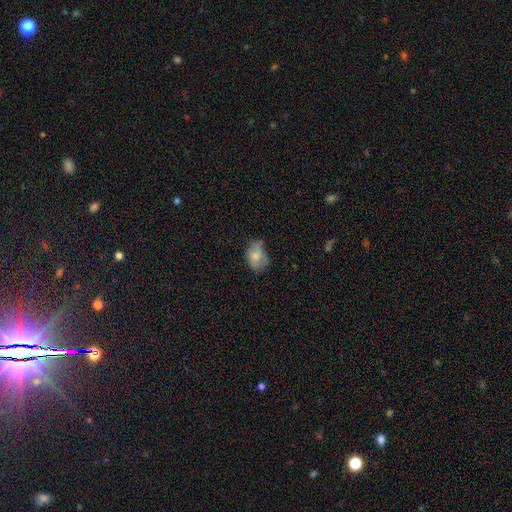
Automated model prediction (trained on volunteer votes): Morphology: type=smooth (63%); roundness=in between (73%); merging=none (44%).